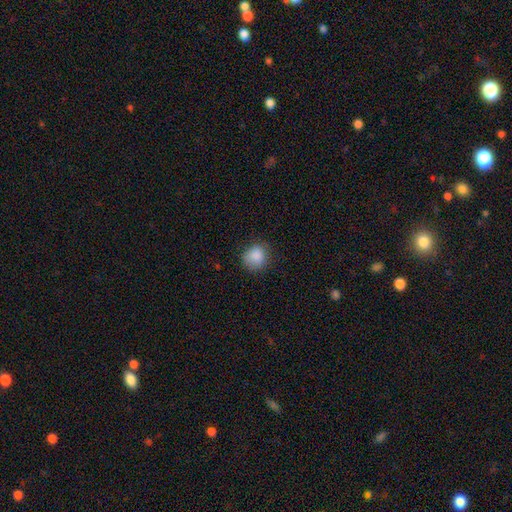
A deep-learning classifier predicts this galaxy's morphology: Overall: smooth (86%). How rounded: round (78%). Merging: none (74%).